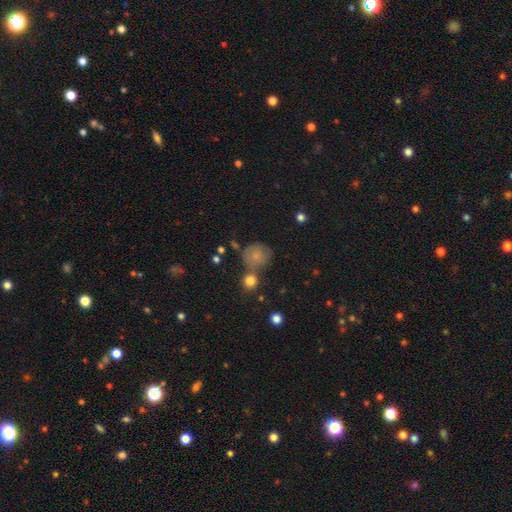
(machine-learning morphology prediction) Smooth or featured? smooth (73%)
How rounded? round (86%)
Merging? none (55%)